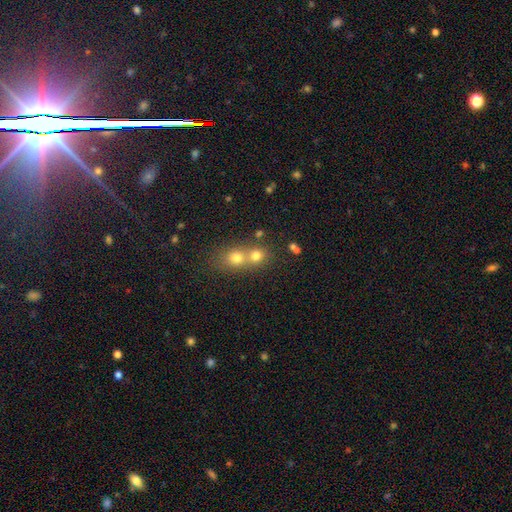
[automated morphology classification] This is likely a smooth galaxy (73%). How rounded: likely round (76%). Merging: possibly merger (59%).